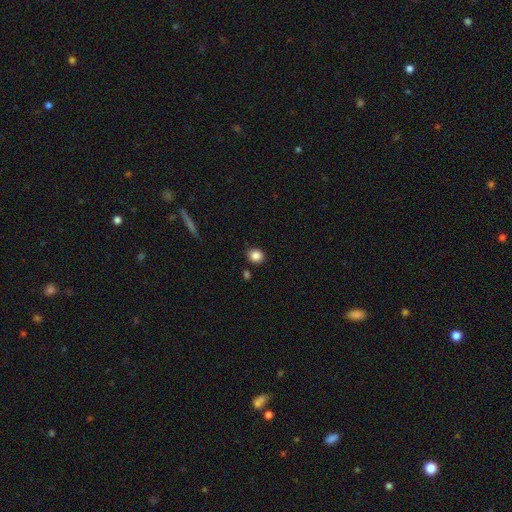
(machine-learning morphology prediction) Q: Smooth or featured?
A: smooth (85%); runner-up: star or artifact (10%)
Q: How rounded?
A: round (78%); runner-up: in between (21%)
Q: Merging?
A: none (86%); runner-up: minor disturbance (9%)